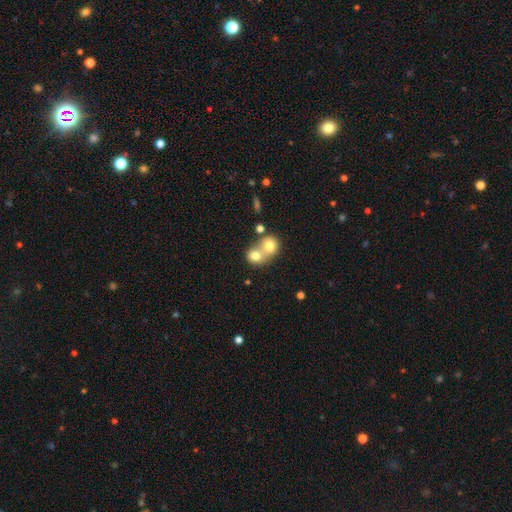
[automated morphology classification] smooth 73%, featured or disk 16%, star or artifact 10%. Down the decision tree: how rounded — round (72%); merging — merger (69%).